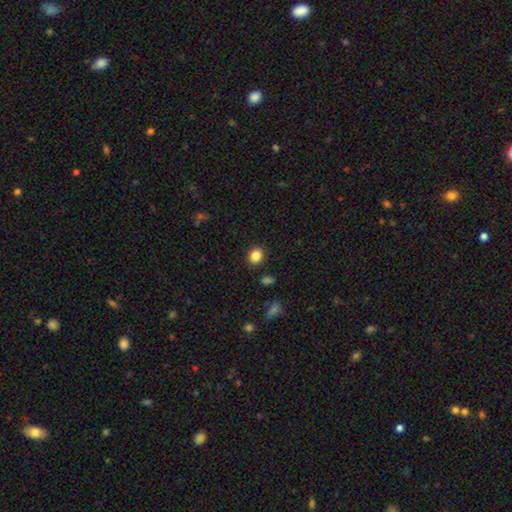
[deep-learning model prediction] Morphology: type=smooth (86%); roundness=round (68%); merging=none (89%).